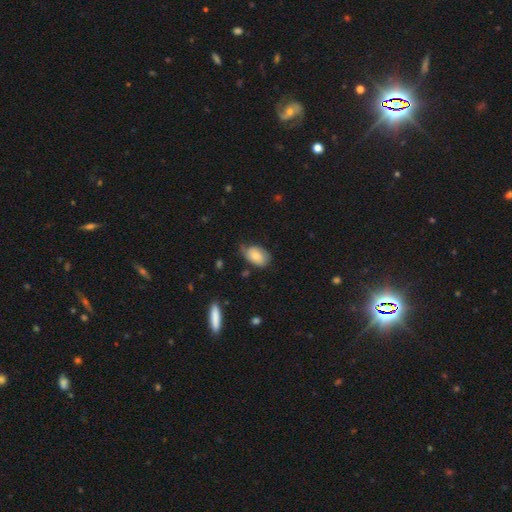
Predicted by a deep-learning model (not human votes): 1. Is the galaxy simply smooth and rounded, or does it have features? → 70% smooth, 24% featured or disk, 7% star or artifact.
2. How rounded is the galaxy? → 88% in between, 10% round, 1% cigar-shaped.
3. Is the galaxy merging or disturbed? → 51% none, 36% minor disturbance, 10% major disturbance, 2% merger.